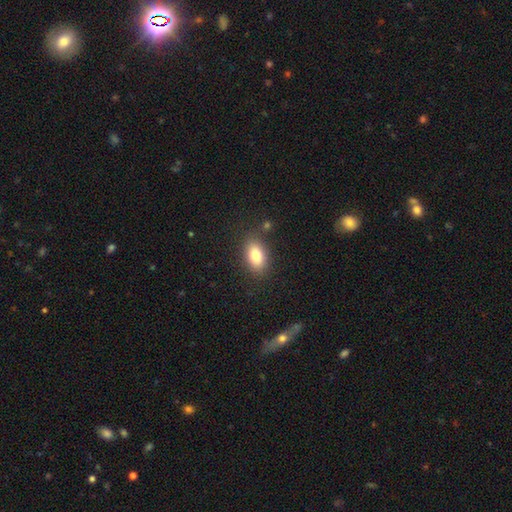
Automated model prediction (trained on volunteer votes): A smooth galaxy with no disk features (81%) that is in between round and cigar-shaped (88%). Merging: none (83%).